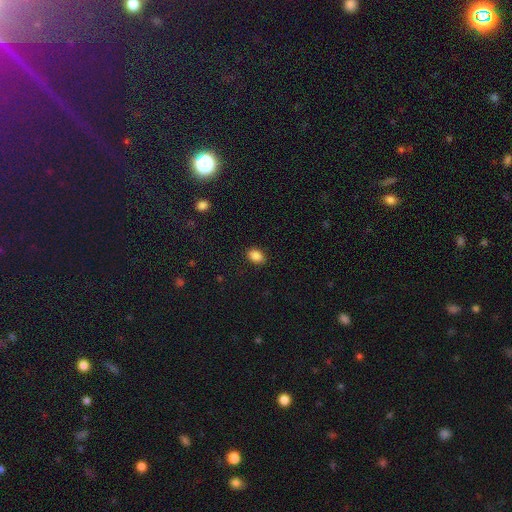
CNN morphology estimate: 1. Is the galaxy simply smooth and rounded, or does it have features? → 87% smooth, 9% star or artifact, 4% featured or disk.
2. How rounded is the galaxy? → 79% in between, 20% round, 1% cigar-shaped.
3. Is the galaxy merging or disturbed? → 89% none, 8% minor disturbance, 2% major disturbance, 1% merger.